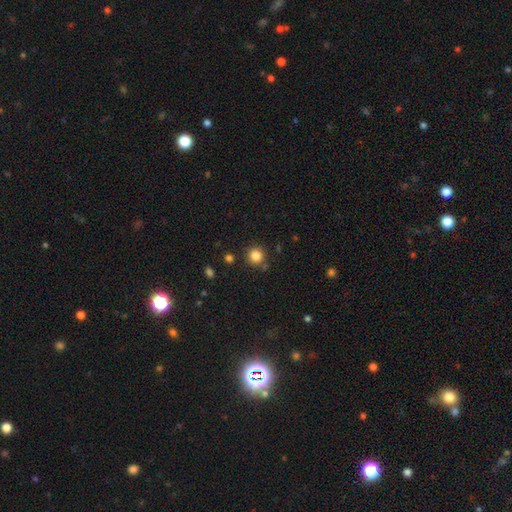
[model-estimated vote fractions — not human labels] A smooth galaxy with no disk features (83%) that is round (93%). Merging: none (84%).